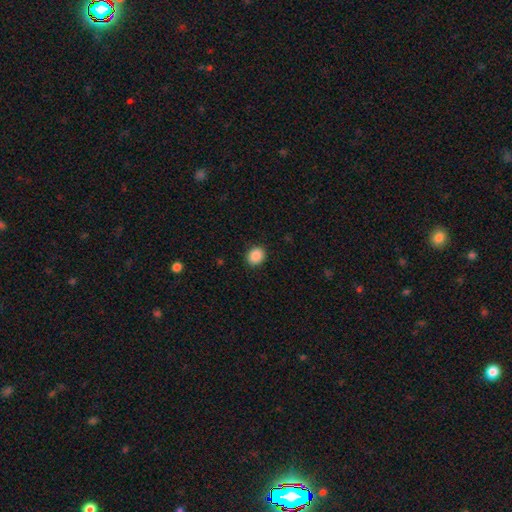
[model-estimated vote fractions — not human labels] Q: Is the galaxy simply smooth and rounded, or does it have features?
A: smooth — 89%.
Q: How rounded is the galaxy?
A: round — 65%.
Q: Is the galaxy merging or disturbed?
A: none — 90%.